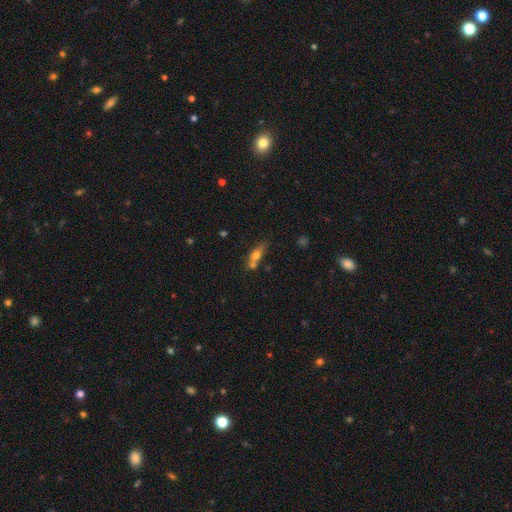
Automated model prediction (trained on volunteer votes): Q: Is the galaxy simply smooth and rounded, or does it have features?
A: smooth — 64%.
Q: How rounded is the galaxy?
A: in between — 61%.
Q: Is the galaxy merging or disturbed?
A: none — 44%.